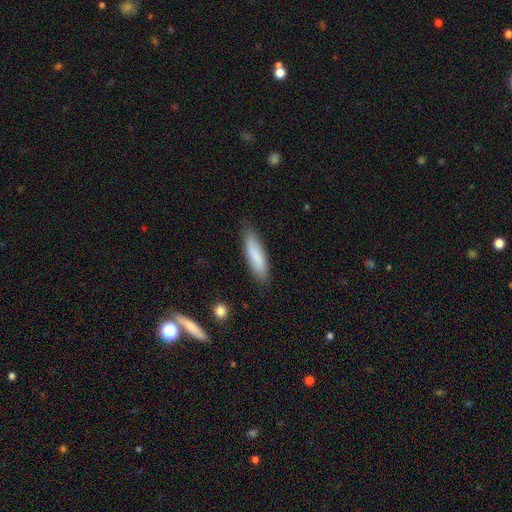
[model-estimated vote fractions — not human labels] Smooth or featured? Predicted: smooth (p=0.81). How rounded? Predicted: cigar-shaped (p=0.67). Merging? Predicted: none (p=0.83).